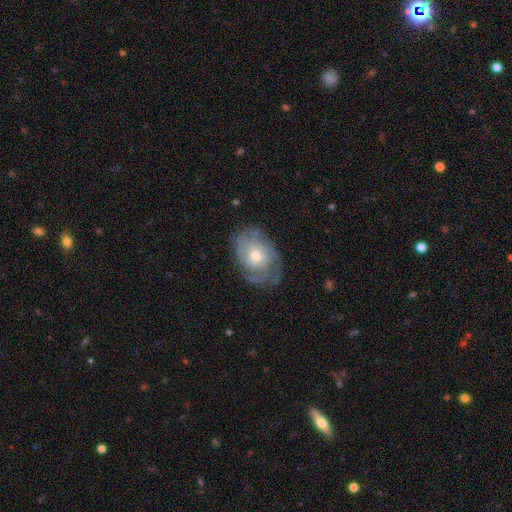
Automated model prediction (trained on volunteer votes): Smooth or featured? featured or disk (72%)
Edge-on disk? no (96%)
Bar? no (77%)
Spiral arms? yes (86%)
Spiral winding? tight (58%)
Spiral arm count? can't tell (46%)
Bulge size? moderate (58%)
Merging? none (67%)